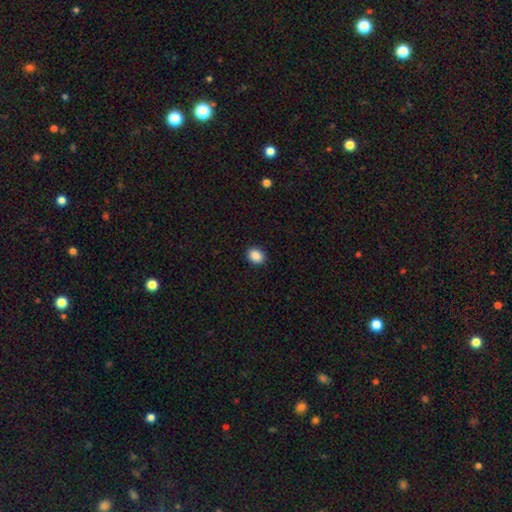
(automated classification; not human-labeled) Smooth or featured?
  - smooth: 89% *
  - star or artifact: 8%
  - featured or disk: 3%
How rounded?
  - in between: 55% *
  - round: 44%
  - cigar-shaped: 1%
Merging?
  - none: 91% *
  - minor disturbance: 6%
  - major disturbance: 2%
  - merger: 1%